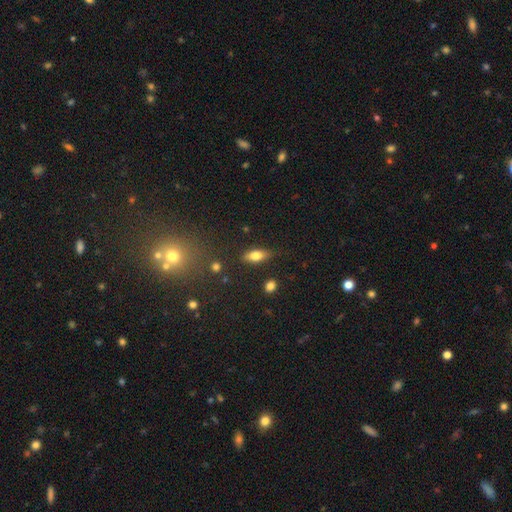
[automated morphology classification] type=smooth (72%); roundness=in between (77%); merging=none (76%).